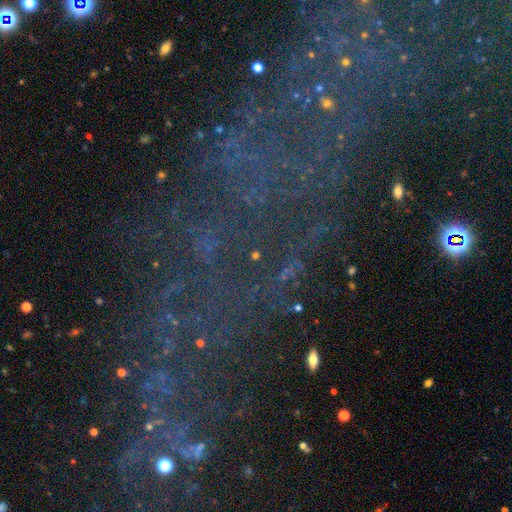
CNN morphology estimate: This is likely a star or artifact rather than a galaxy (76%).